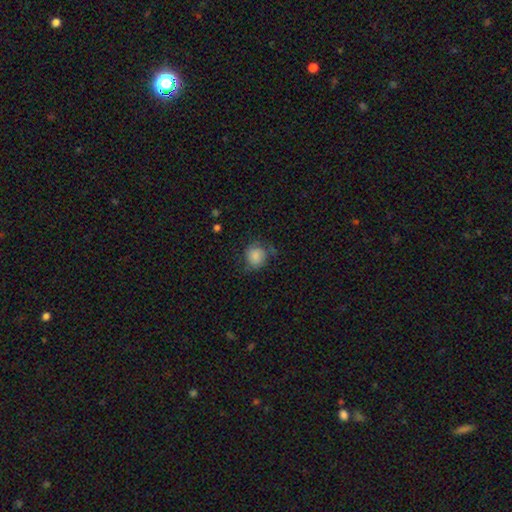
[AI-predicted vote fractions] Morphology: type=smooth (76%); roundness=round (83%); merging=none (59%).